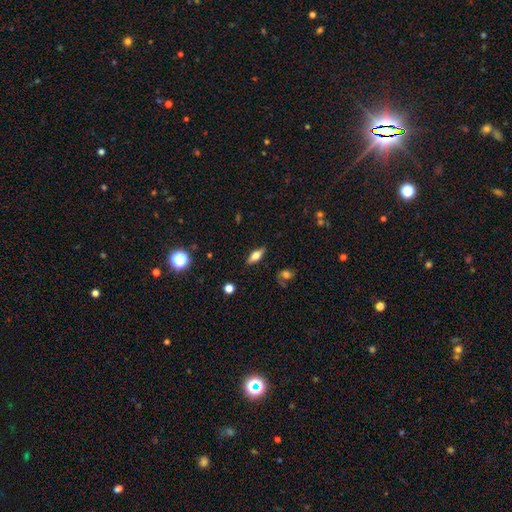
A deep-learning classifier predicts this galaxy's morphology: Q: Smooth or featured?
A: smooth (56%); runner-up: featured or disk (35%)
Q: How rounded?
A: in between (69%); runner-up: cigar-shaped (27%)
Q: Merging?
A: none (85%); runner-up: minor disturbance (10%)